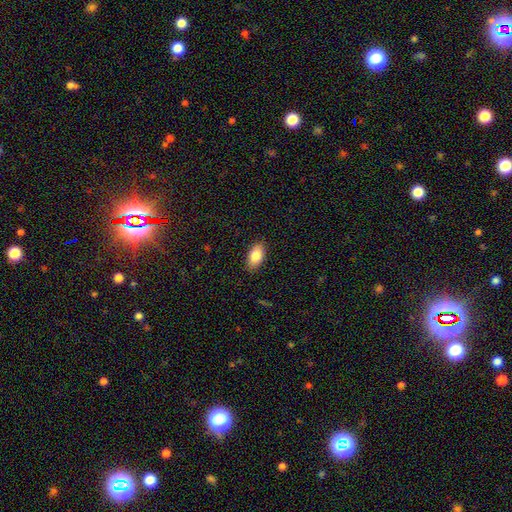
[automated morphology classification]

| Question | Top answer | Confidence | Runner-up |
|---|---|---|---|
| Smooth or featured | smooth | 84% | featured or disk (9%) |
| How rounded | in between | 93% | round (4%) |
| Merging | none | 87% | minor disturbance (9%) |